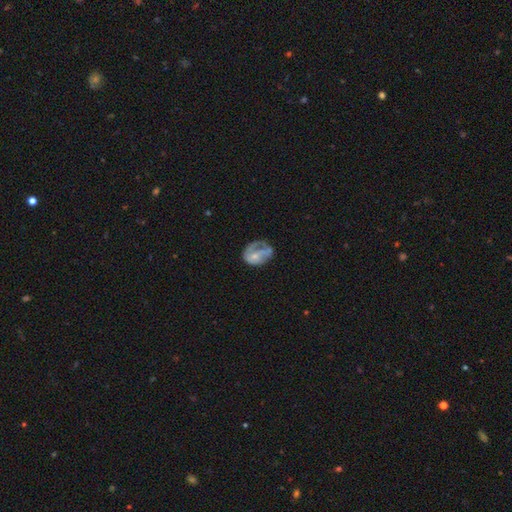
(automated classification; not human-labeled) This is possibly a featured or disk galaxy (51%). It is clearly not viewed edge-on (97%). Merging: marginally major disturbance (39%).